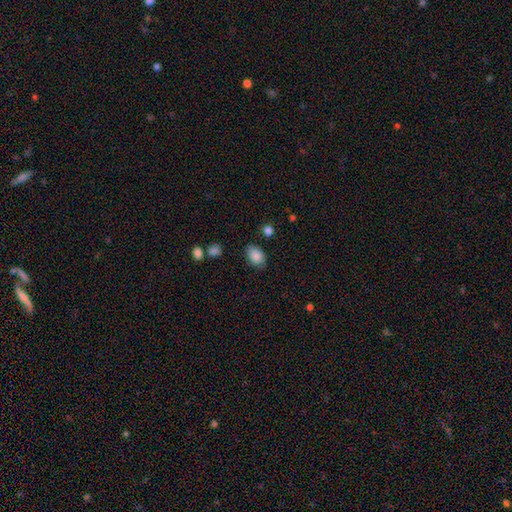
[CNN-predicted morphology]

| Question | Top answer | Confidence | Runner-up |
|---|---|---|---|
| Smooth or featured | smooth | 87% | star or artifact (8%) |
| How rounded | in between | 82% | round (17%) |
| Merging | none | 79% | minor disturbance (15%) |